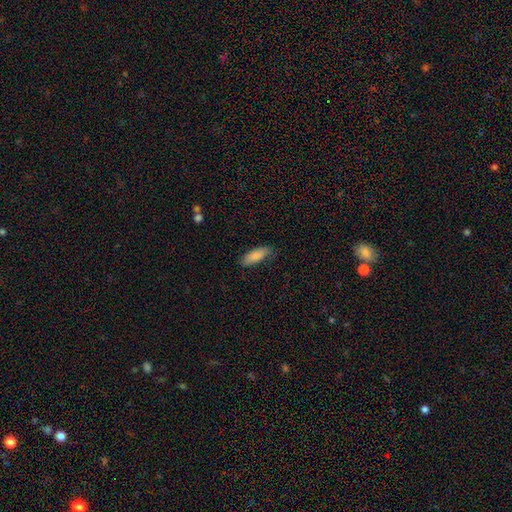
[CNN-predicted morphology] Overall: smooth (85%). How rounded: in between (66%; cigar-shaped 32%). Merging: none (76%).